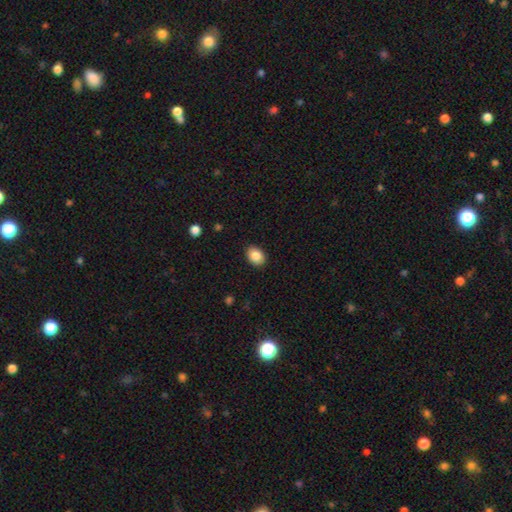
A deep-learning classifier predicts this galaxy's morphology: Smooth or featured? Predicted: smooth (p=0.86). How rounded? Predicted: in between (p=0.70). Merging? Predicted: none (p=0.89).